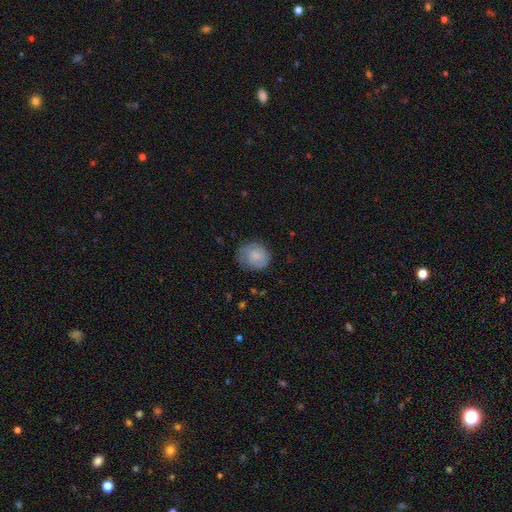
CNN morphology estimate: smooth_or_featured: smooth (p=0.75) [alt: featured or disk p=0.17]
how_rounded: round (p=0.65) [alt: in between p=0.34]
merging: none (p=0.60) [alt: minor disturbance p=0.28]